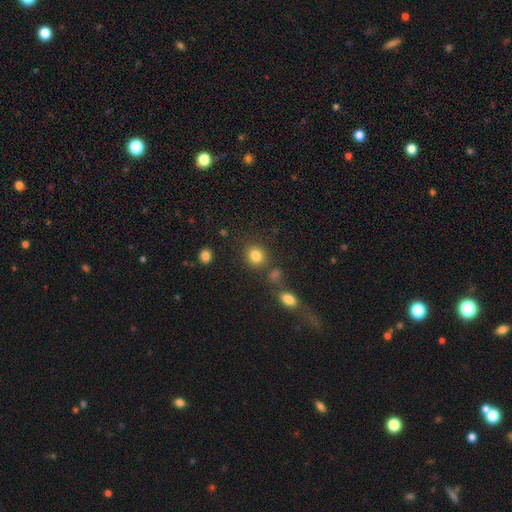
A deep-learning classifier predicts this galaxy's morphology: smooth 83%, star or artifact 11%, featured or disk 6%. Down the decision tree: how rounded — round (78%); merging — none (78%).